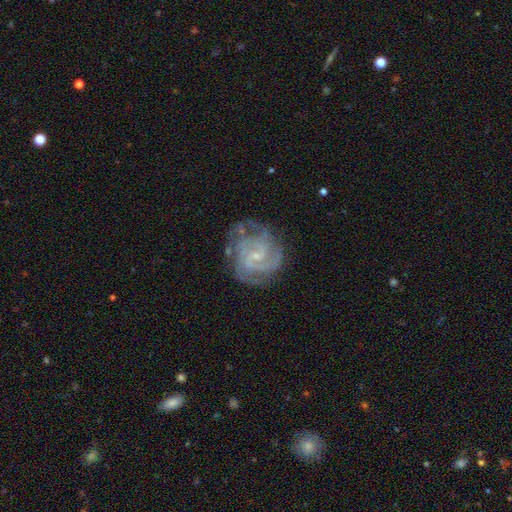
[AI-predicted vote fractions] This is clearly a featured or disk galaxy (87%). It is clearly not viewed edge-on (98%). Bar: possibly weak (49%). Spiral arm pattern: clearly yes (96%). Spiral arm count: marginally 3 (27%). Spiral winding: possibly tight (58%). Central bulge: likely small (76%). Merging: likely none (69%).